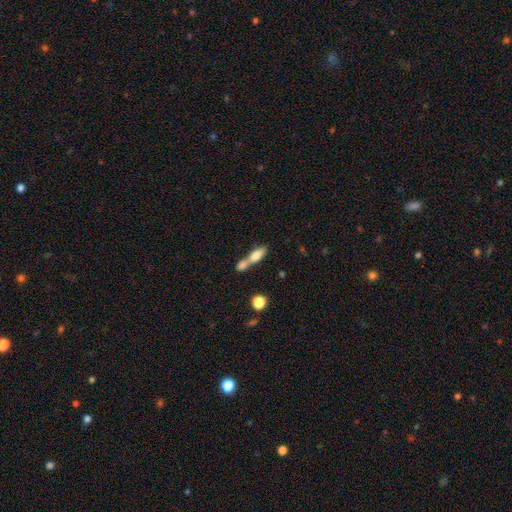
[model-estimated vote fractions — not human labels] Q: Smooth or featured?
A: smooth (72%); runner-up: featured or disk (20%)
Q: How rounded?
A: in between (57%); runner-up: cigar-shaped (38%)
Q: Merging?
A: merger (62%); runner-up: none (25%)